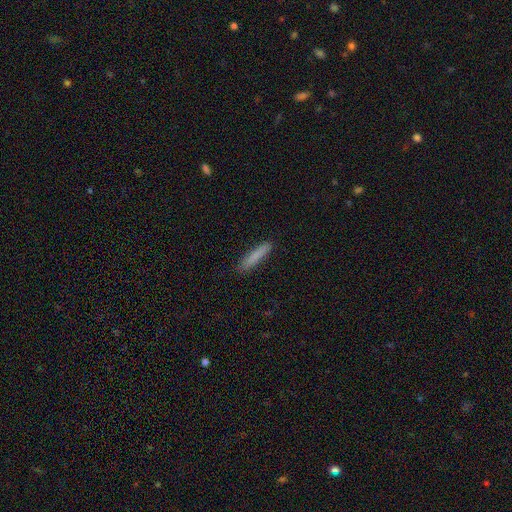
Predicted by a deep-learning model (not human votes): Smooth or featured: smooth — 83% (featured or disk — 10%)
How rounded: cigar-shaped — 91% (in between — 8%)
Merging: none — 87% (minor disturbance — 9%)